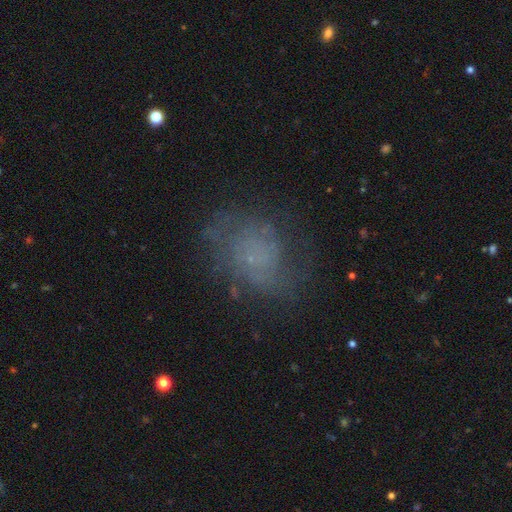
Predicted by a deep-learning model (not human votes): A featured or disk galaxy (47%).

Vote fractions:
- Smooth or featured? featured or disk: 47% / smooth: 36% / star or artifact: 17%
- Merging? none: 63% / minor disturbance: 20% / major disturbance: 15% / merger: 2%